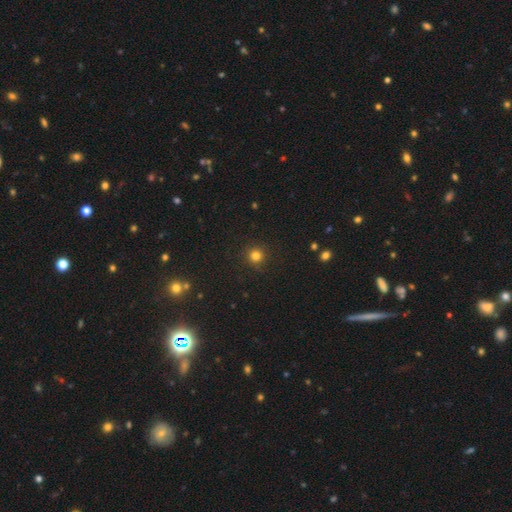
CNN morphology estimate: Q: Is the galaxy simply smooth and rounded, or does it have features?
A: smooth — 80%.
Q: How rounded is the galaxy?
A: round — 94%.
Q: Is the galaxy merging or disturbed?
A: none — 89%.